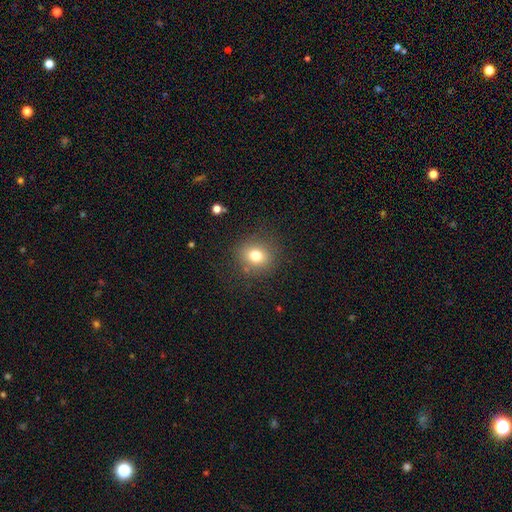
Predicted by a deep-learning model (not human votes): This appears to be a smooth galaxy with no disk features (77%) that is round (79%). Merging: none (85%).